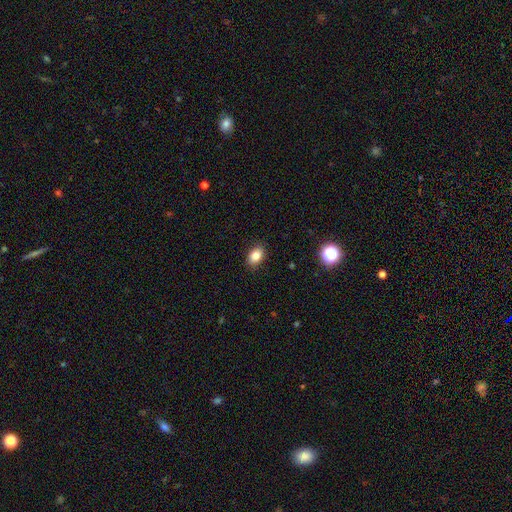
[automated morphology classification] A smooth galaxy with no disk features (84%) that is in between round and cigar-shaped (82%).

Vote fractions:
- Smooth or featured? smooth: 84% / star or artifact: 9% / featured or disk: 6%
- How rounded? in between: 82% / round: 17% / cigar-shaped: 1%
- Merging? none: 88% / minor disturbance: 8% / major disturbance: 2% / merger: 1%